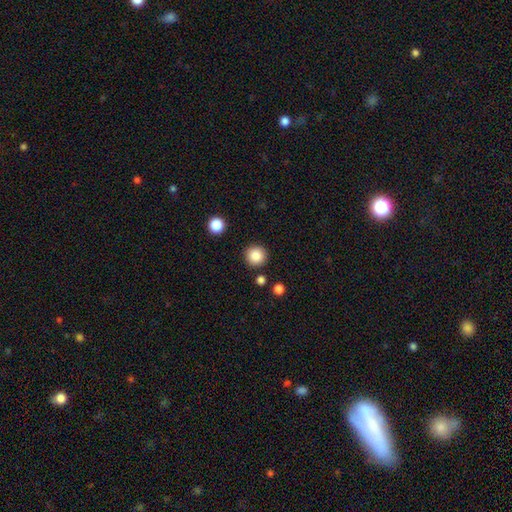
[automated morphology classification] smooth-or-featured: smooth: 86% | star or artifact: 10% | featured or disk: 4%
  how-rounded: round: 96% | in between: 3% | cigar-shaped: 1%
  merging: none: 90% | minor disturbance: 5% | merger: 3% | major disturbance: 2%